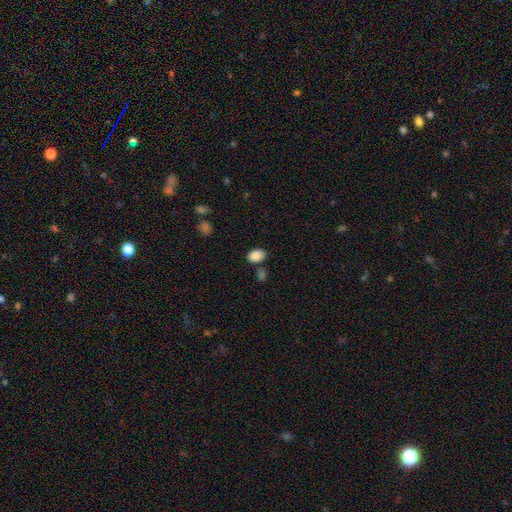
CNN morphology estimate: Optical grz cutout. It shows a smooth galaxy with no disk features (88%) that is in between round and cigar-shaped (81%). Merging: none (72%).